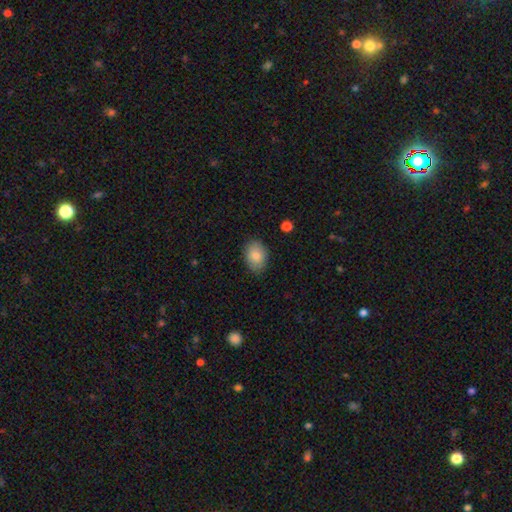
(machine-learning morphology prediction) Q: Smooth or featured?
A: smooth (86%); runner-up: star or artifact (7%)
Q: How rounded?
A: in between (81%); runner-up: round (18%)
Q: Merging?
A: none (85%); runner-up: minor disturbance (11%)